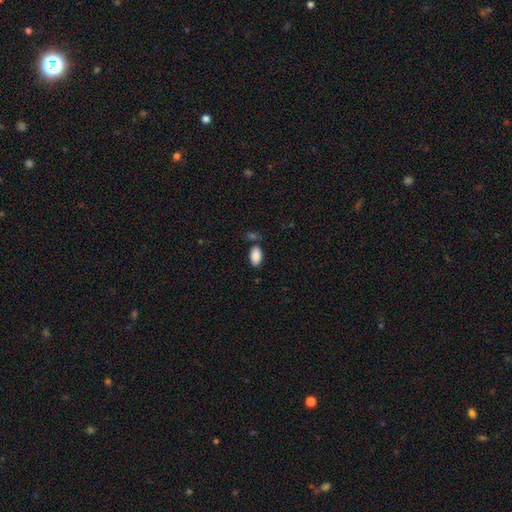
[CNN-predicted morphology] A smooth galaxy with no disk features (88%) that is in between round and cigar-shaped (95%). Merging: none (73%).